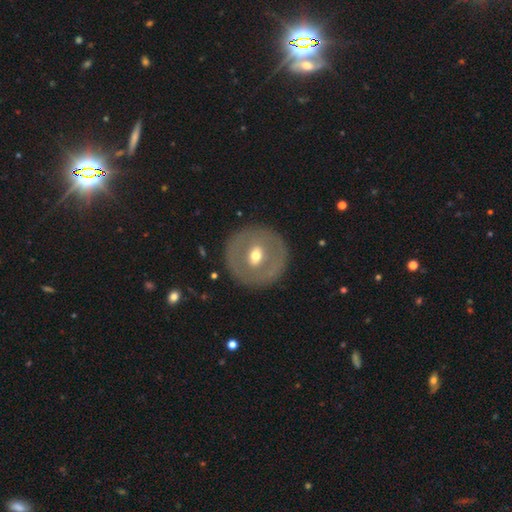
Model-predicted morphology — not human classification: smooth_or_featured: featured or disk (p=0.52) [alt: smooth p=0.42]
disk_edge_on: no (p=0.92) [alt: yes p=0.08]
merging: none (p=0.87) [alt: minor disturbance p=0.08]